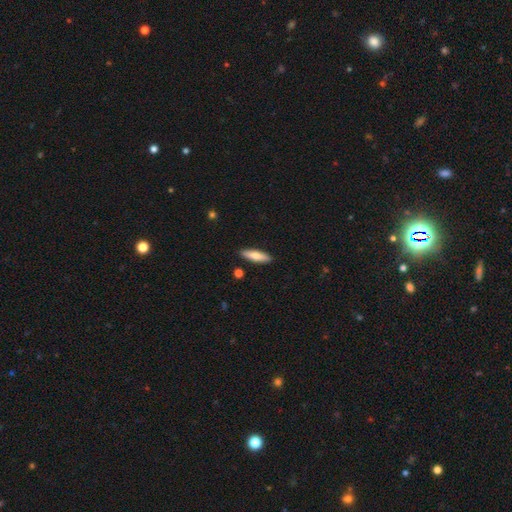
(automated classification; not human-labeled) Morphology: type=smooth (71%); roundness=cigar-shaped (64%); merging=none (89%).